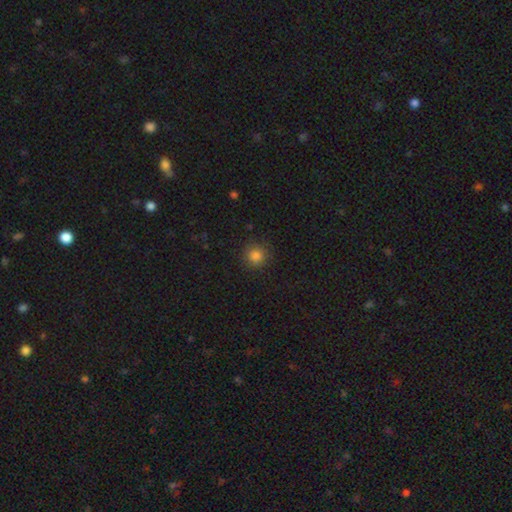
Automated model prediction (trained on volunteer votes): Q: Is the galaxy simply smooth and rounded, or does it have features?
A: smooth — 83%.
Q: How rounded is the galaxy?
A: round — 93%.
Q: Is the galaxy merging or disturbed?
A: none — 87%.